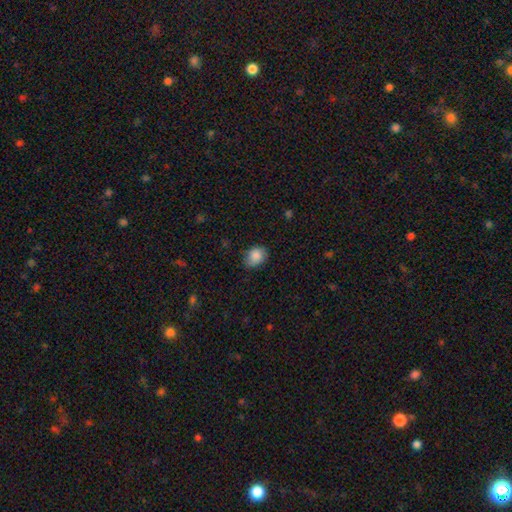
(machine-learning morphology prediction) A smooth galaxy with no disk features (86%) that is in between round and cigar-shaped (57%). Merging: none (73%).